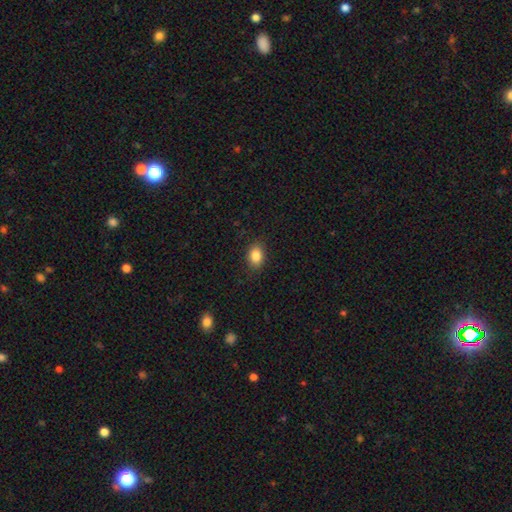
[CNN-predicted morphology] Overall: smooth (85%). How rounded: in between (76%). Merging: none (86%).